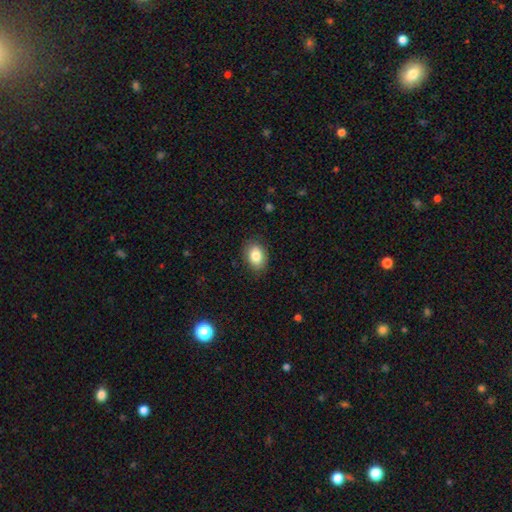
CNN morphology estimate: Q: Smooth or featured?
A: smooth (84%); runner-up: featured or disk (8%)
Q: How rounded?
A: in between (78%); runner-up: round (21%)
Q: Merging?
A: none (85%); runner-up: minor disturbance (12%)